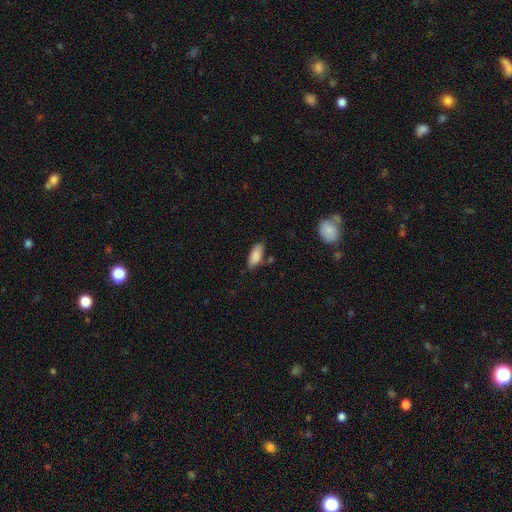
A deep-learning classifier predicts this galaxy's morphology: Smooth or featured? smooth (87%)
How rounded? in between (81%)
Merging? none (74%)